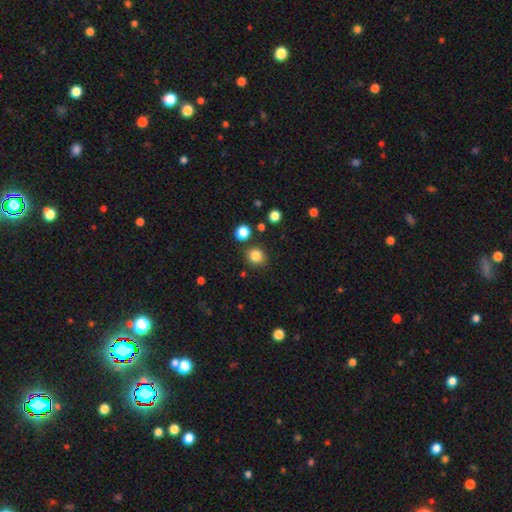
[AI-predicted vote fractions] This is clearly a smooth galaxy (83%). How rounded: clearly round (84%). Merging: clearly none (84%).